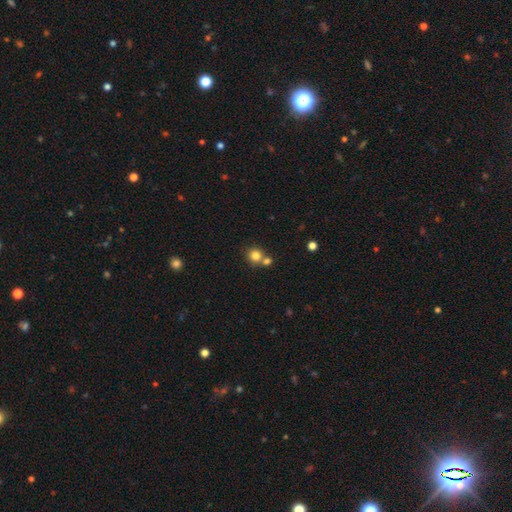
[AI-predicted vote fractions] This is clearly a smooth galaxy (81%). How rounded: clearly round (89%). Merging: possibly none (58%).